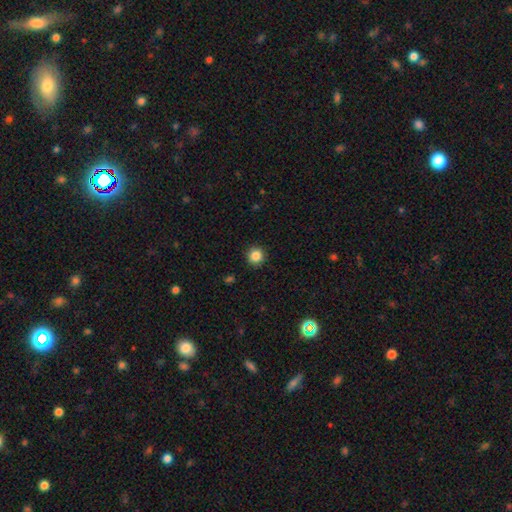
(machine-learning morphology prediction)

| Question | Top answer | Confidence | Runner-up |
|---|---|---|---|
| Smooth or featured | smooth | 85% | star or artifact (11%) |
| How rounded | round | 94% | in between (5%) |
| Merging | none | 92% | minor disturbance (5%) |